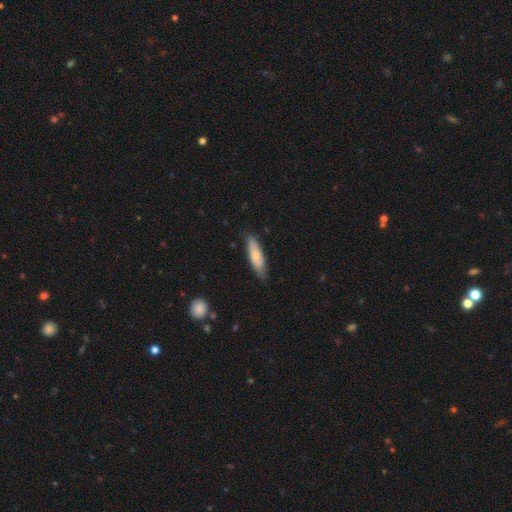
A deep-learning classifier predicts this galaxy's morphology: The model was most divided on "how rounded": cigar-shaped: 58%, in between: 40%, round: 2%. More confident: merging — none (79%); smooth or featured — smooth (72%).